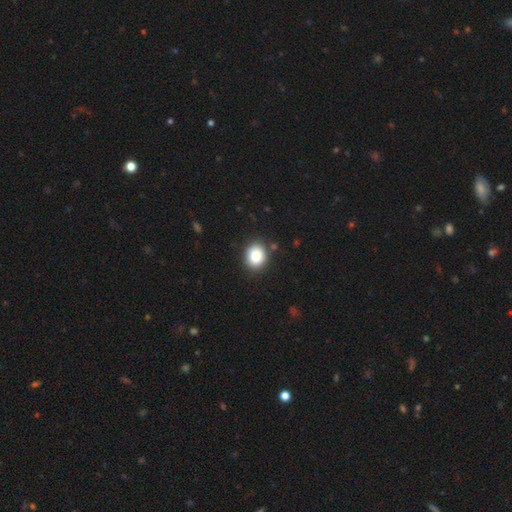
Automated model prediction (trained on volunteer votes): Smooth or featured? smooth (85%)
How rounded? round (64%)
Merging? none (87%)